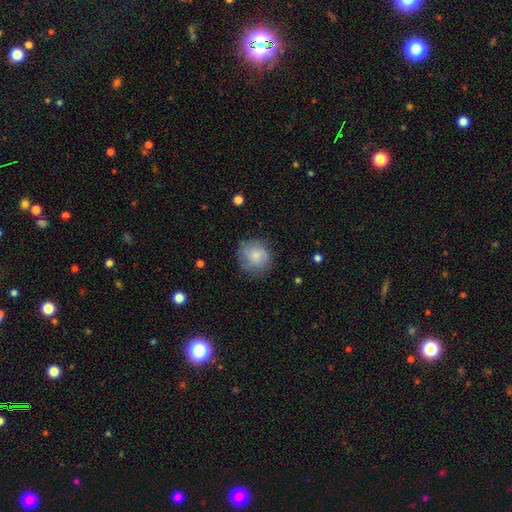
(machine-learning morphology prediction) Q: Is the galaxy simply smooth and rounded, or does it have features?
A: smooth — 76%.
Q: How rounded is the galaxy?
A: round — 84%.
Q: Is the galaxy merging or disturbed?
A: none — 69%.